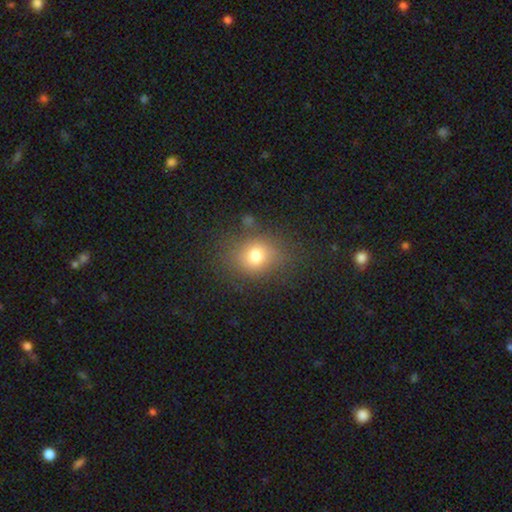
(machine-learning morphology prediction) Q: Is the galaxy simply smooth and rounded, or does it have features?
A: smooth — 75%.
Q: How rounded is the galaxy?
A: round — 61%.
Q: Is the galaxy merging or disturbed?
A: none — 75%.